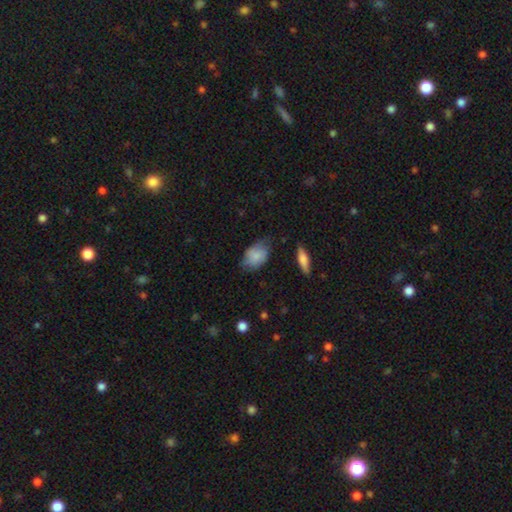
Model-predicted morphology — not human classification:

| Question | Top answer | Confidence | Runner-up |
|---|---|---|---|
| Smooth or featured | smooth | 80% | featured or disk (13%) |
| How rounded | in between | 85% | round (13%) |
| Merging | none | 57% | minor disturbance (33%) |